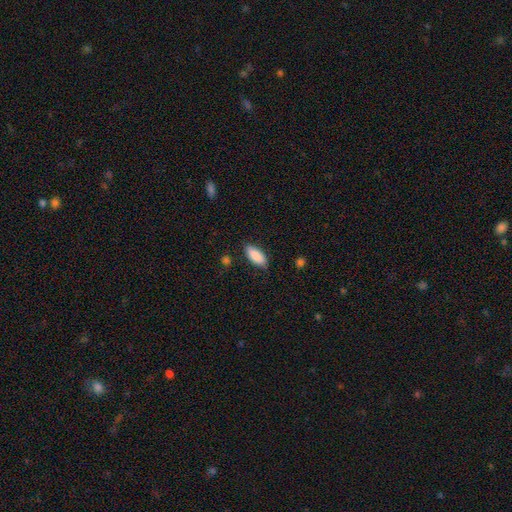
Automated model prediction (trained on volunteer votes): Q: Smooth or featured?
A: smooth (88%); runner-up: star or artifact (6%)
Q: How rounded?
A: in between (85%); runner-up: cigar-shaped (14%)
Q: Merging?
A: none (84%); runner-up: minor disturbance (12%)